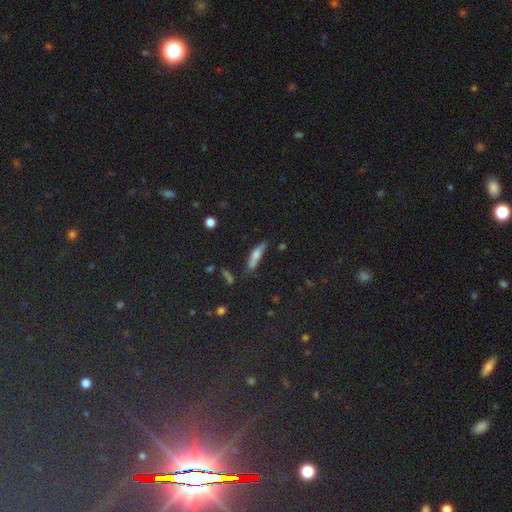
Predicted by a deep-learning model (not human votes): Smooth or featured? smooth (57%)
How rounded? cigar-shaped (70%)
Merging? none (59%)